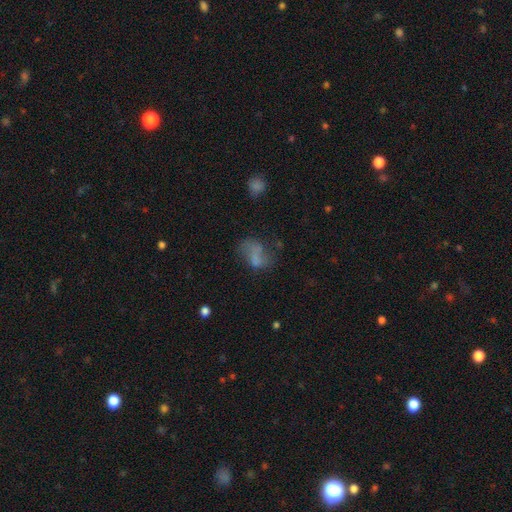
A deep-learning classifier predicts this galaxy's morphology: This appears to be a smooth galaxy with no disk features (53%) that is in between round and cigar-shaped (81%). Merging: none (42%).